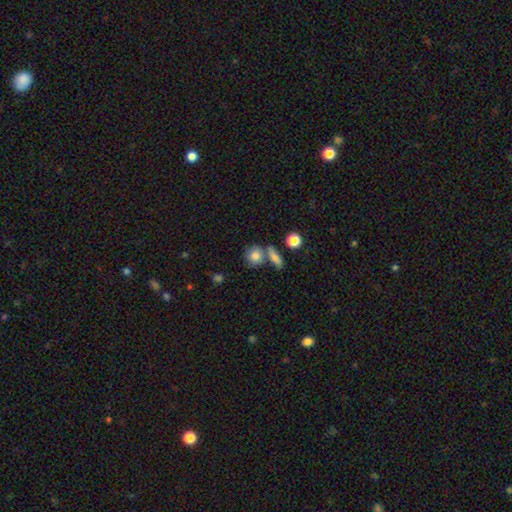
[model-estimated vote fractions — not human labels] smooth-or-featured: smooth: 81% | featured or disk: 10% | star or artifact: 9%
  how-rounded: round: 75% | in between: 22% | cigar-shaped: 3%
  merging: none: 56% | merger: 28% | minor disturbance: 12% | major disturbance: 4%